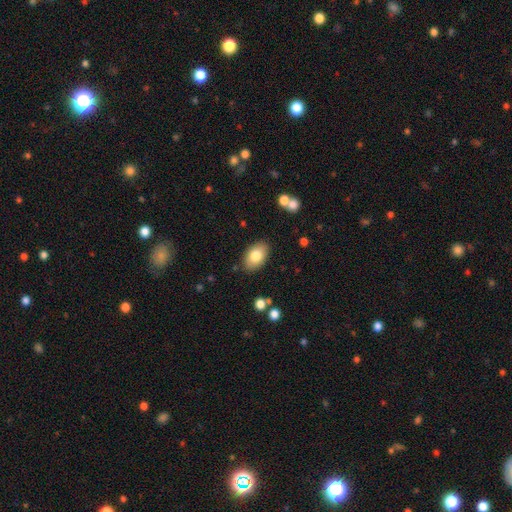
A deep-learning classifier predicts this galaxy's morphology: Smooth or featured: smooth — 80% (featured or disk — 13%)
How rounded: in between — 89% (round — 9%)
Merging: none — 86% (minor disturbance — 10%)